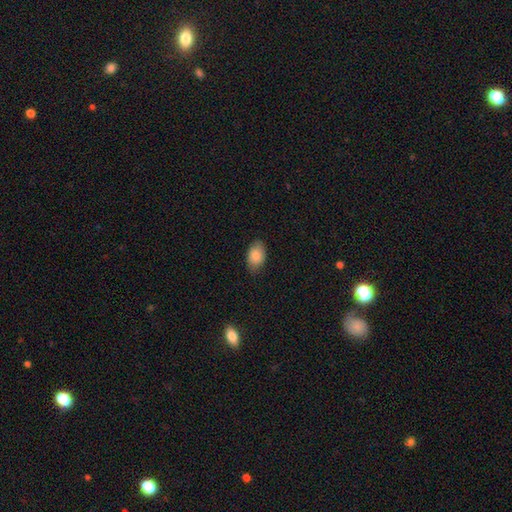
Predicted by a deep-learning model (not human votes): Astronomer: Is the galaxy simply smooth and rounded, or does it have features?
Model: smooth — 85%.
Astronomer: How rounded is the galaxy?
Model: in between — 91%.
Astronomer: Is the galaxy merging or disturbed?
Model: none — 79%.